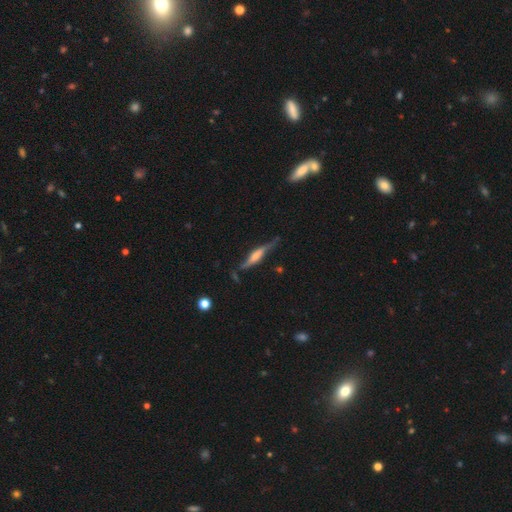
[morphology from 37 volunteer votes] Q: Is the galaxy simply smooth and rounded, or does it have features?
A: featured or disk — 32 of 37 (86%).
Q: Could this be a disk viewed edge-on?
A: yes — 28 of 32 (88%).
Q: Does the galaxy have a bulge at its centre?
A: boxy — 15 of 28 (54%).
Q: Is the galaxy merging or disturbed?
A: none — 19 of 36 (53%).